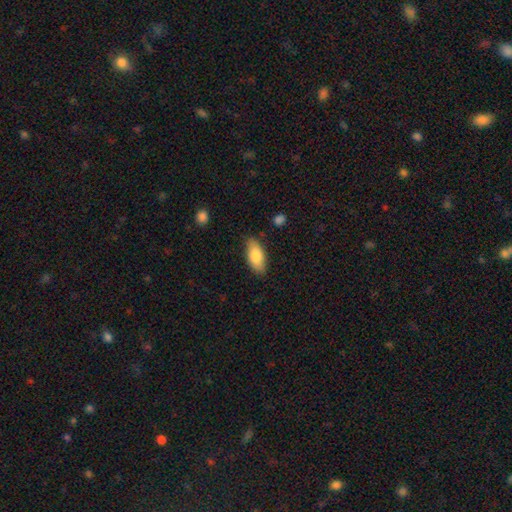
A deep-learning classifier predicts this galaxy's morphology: A smooth galaxy with no disk features (80%) that is in between round and cigar-shaped (85%). Merging: none (81%).